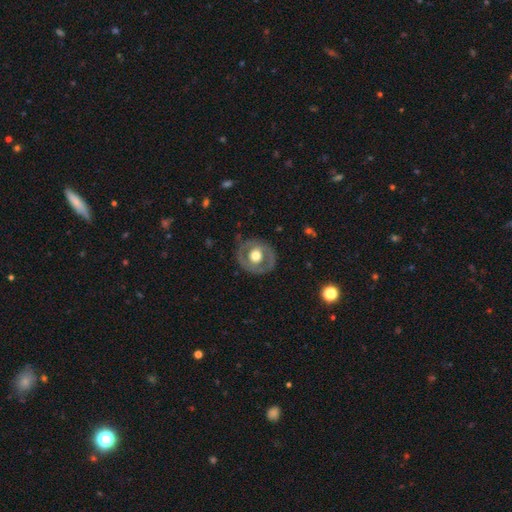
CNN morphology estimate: The model was most divided on "bulge size": moderate: 55%, large: 39%, small: 3%, dominant: 2%, none: 1%. More confident: edge-on disk — no (95%); bar — no (80%); merging — none (80%); spiral arms — no (79%); smooth or featured — featured or disk (56%).